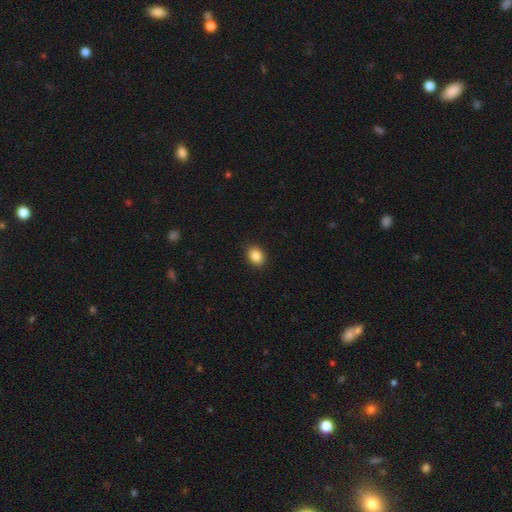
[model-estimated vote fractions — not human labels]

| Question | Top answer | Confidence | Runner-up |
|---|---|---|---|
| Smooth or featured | smooth | 86% | star or artifact (9%) |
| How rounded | in between | 64% | round (35%) |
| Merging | none | 90% | minor disturbance (8%) |